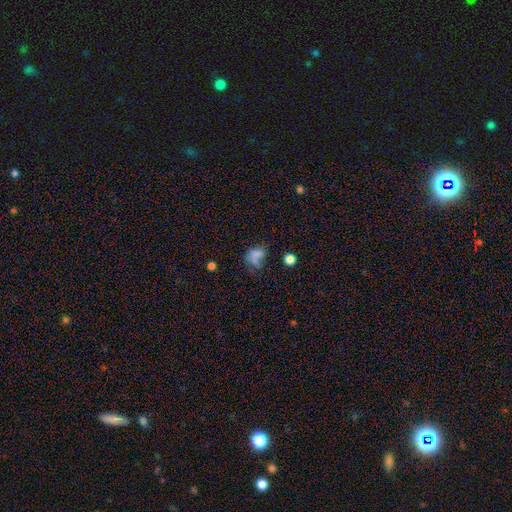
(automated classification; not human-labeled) Morphology: type=smooth (63%); roundness=in between (67%); merging=none (34%).